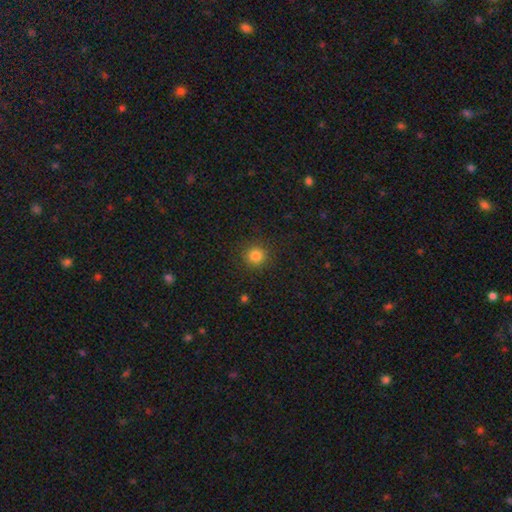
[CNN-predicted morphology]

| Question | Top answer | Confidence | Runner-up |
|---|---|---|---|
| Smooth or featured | smooth | 82% | star or artifact (13%) |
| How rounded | round | 93% | in between (6%) |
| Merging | none | 90% | minor disturbance (7%) |